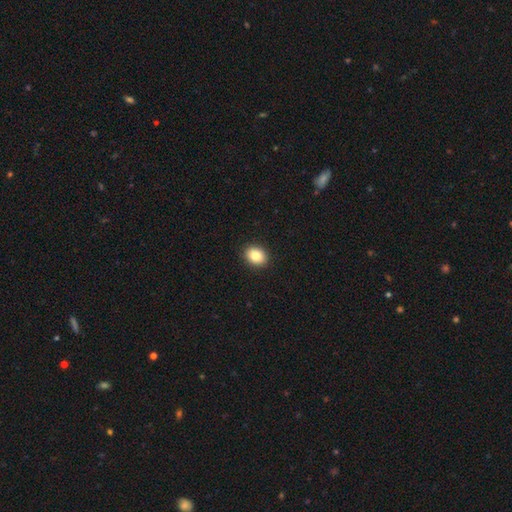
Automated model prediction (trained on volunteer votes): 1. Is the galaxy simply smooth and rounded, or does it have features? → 86% smooth, 9% star or artifact, 6% featured or disk.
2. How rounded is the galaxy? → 58% in between, 41% round, 1% cigar-shaped.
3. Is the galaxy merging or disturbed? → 91% none, 6% minor disturbance, 2% major disturbance, 1% merger.